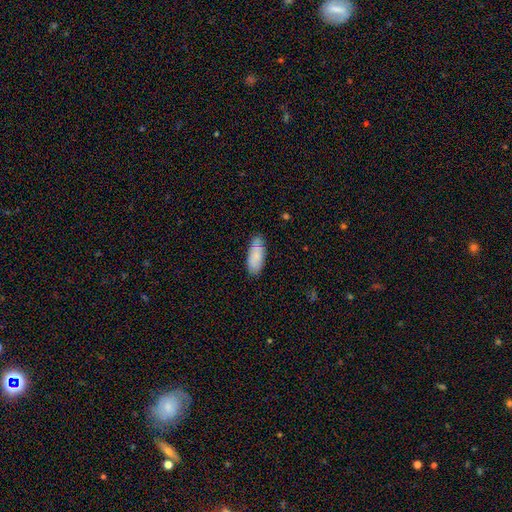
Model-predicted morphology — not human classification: smooth_or_featured: smooth (p=0.81) [alt: featured or disk p=0.12]
how_rounded: in between (p=0.82) [alt: cigar-shaped p=0.16]
merging: none (p=0.68) [alt: minor disturbance p=0.24]